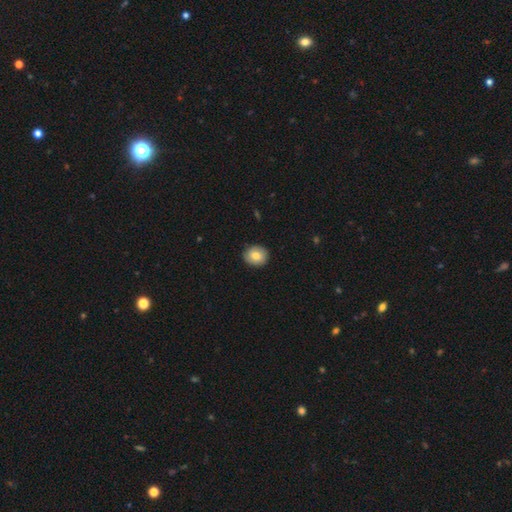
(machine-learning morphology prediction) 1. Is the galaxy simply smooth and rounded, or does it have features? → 79% smooth, 13% featured or disk, 8% star or artifact.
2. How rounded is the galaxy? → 80% round, 19% in between, 1% cigar-shaped.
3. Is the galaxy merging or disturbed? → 89% none, 8% minor disturbance, 2% major disturbance, 1% merger.